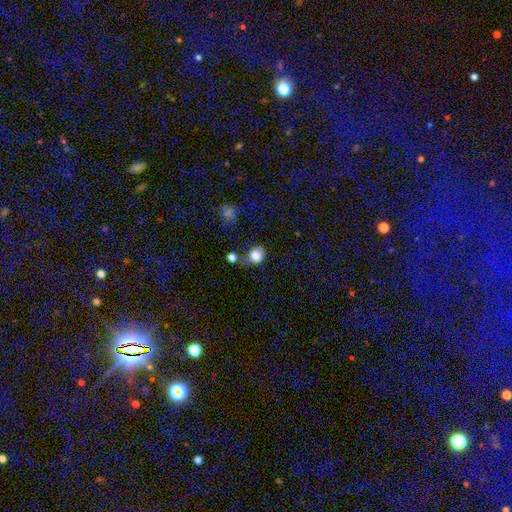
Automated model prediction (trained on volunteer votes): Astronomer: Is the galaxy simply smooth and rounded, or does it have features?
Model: smooth — 80%.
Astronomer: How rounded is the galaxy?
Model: round — 66%.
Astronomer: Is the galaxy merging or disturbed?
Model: none — 43% (runner-up: minor disturbance, 27%).